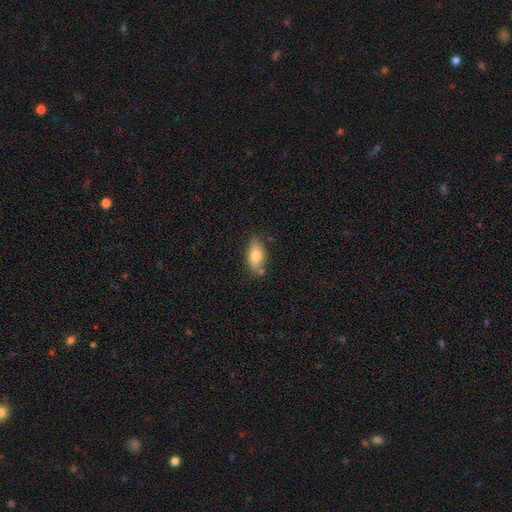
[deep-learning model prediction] This appears to be a smooth galaxy with no disk features (76%) that is in between round and cigar-shaped (87%). Merging: none (74%).